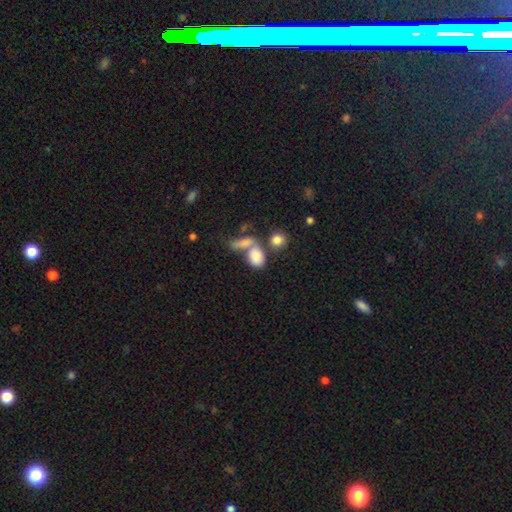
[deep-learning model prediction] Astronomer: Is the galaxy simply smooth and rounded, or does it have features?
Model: smooth — 80%.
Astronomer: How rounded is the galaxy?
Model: in between — 80%.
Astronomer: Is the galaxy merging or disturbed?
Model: merger — 49% (runner-up: none, 32%).